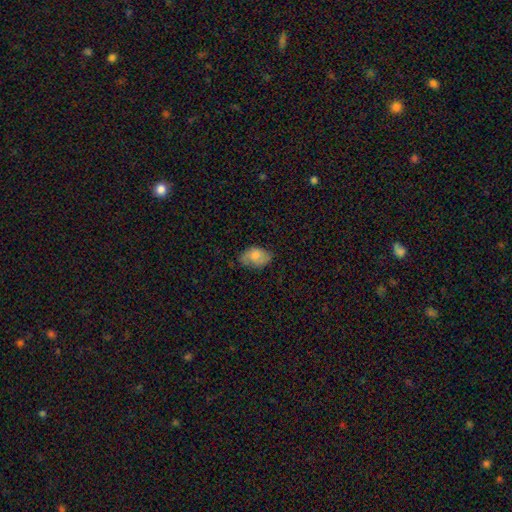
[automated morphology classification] The model was most divided on "merging": none: 65%, minor disturbance: 27%, major disturbance: 7%, merger: 1%. More confident: how rounded — in between (87%); smooth or featured — smooth (69%).